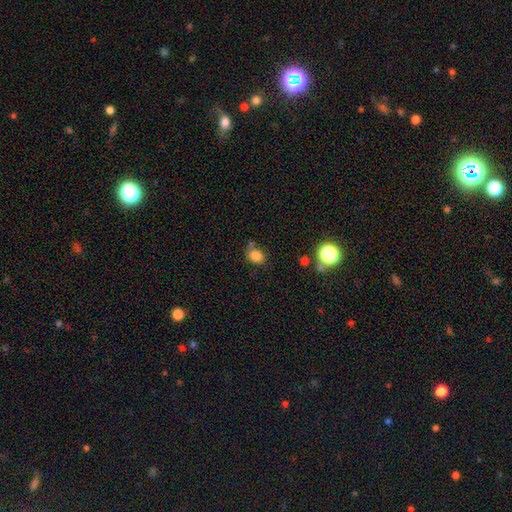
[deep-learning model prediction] Q: Smooth or featured?
A: smooth (82%); runner-up: star or artifact (12%)
Q: How rounded?
A: in between (59%); runner-up: round (40%)
Q: Merging?
A: none (65%); runner-up: minor disturbance (18%)